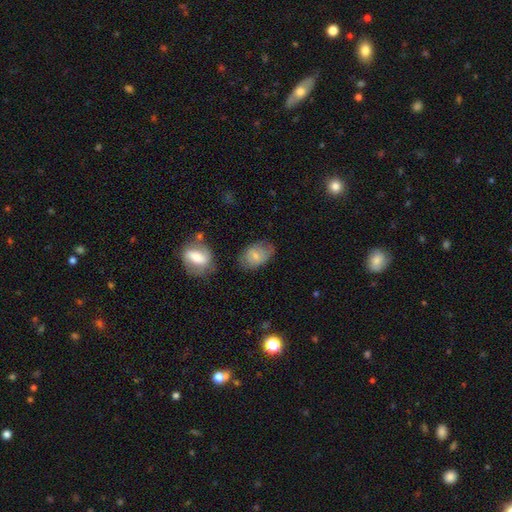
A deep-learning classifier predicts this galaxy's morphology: This appears to be a smooth galaxy with no disk features (69%) that is in between round and cigar-shaped (84%). Merging: none (64%).